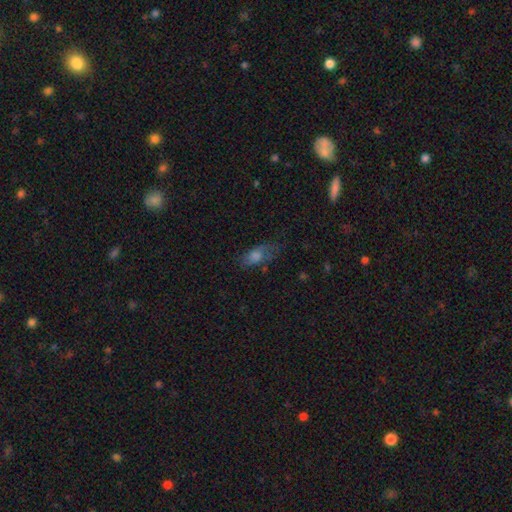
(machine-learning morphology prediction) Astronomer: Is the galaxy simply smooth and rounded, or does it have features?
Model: smooth — 61%.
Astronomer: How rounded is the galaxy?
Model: in between — 73%.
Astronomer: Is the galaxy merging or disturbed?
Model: none — 53%.